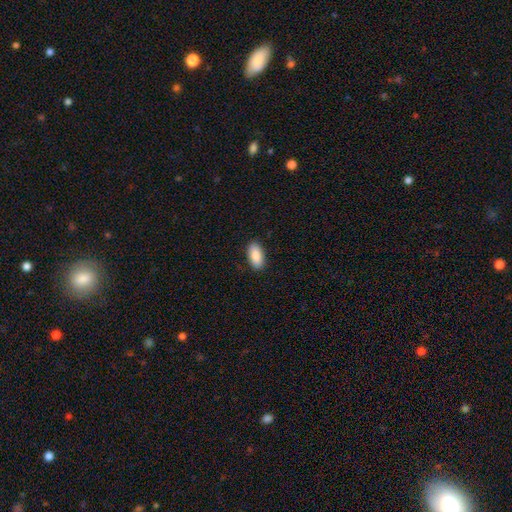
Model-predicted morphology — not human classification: Overall: smooth (89%). How rounded: in between (94%). Merging: none (90%).